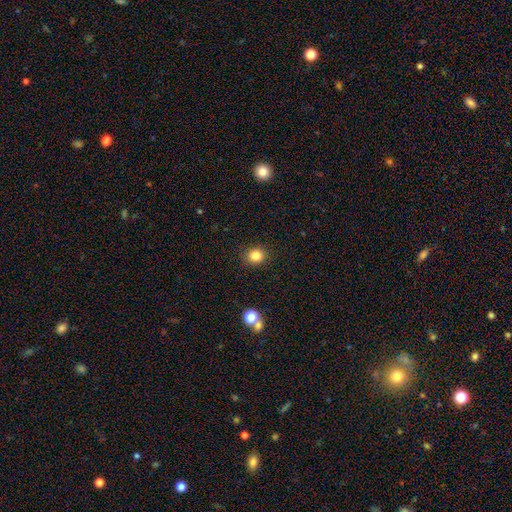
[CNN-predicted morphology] type=smooth (82%); roundness=round (80%); merging=none (90%).